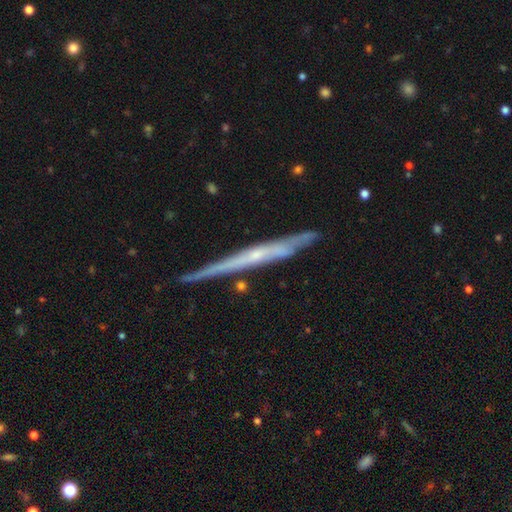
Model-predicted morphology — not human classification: The model was most divided on "edge-on bulge": none: 65%, rounded: 30%, boxy: 5%. More confident: edge-on disk — yes (95%); merging — none (80%); smooth or featured — featured or disk (72%).